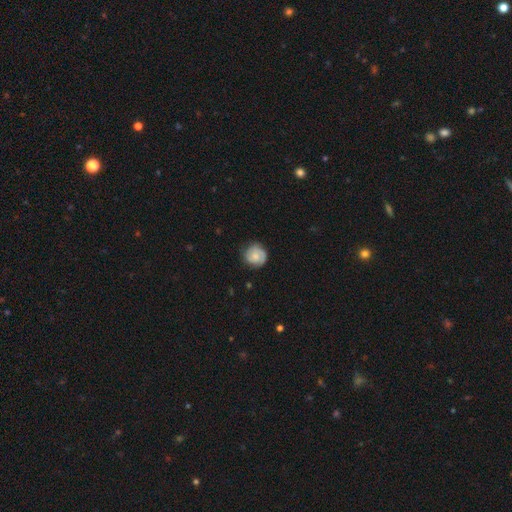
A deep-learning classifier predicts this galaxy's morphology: This appears to be a smooth galaxy with no disk features (47%). Merging: none (75%).